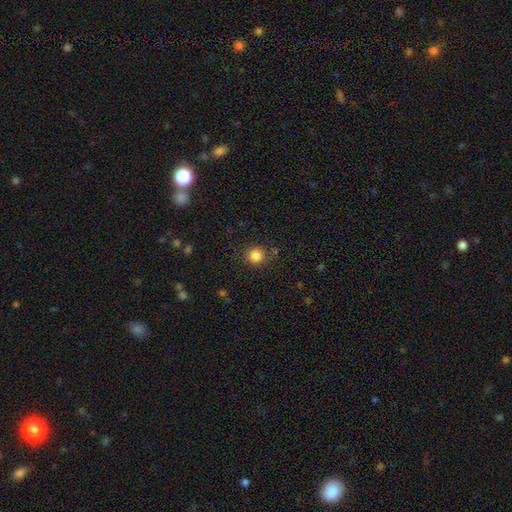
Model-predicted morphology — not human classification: Q: Smooth or featured?
A: smooth (84%); runner-up: star or artifact (12%)
Q: How rounded?
A: round (92%); runner-up: in between (7%)
Q: Merging?
A: none (85%); runner-up: minor disturbance (9%)